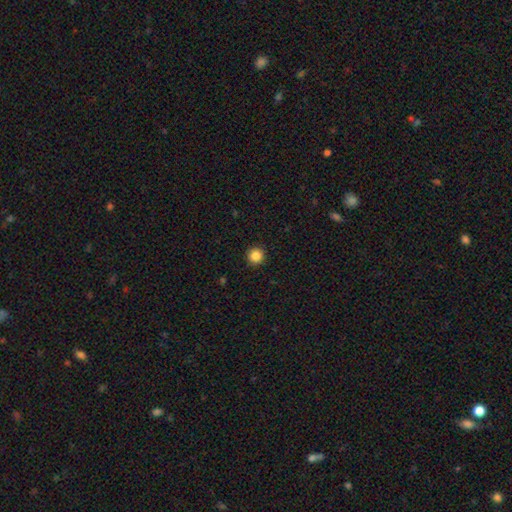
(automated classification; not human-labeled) This appears to be a smooth galaxy with no disk features (85%) that is round (95%). Merging: none (93%).